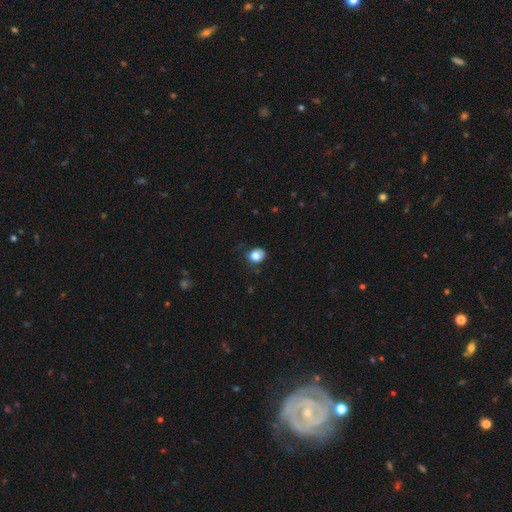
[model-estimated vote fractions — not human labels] Morphology: type=smooth (82%); roundness=round (62%); merging=none (69%).